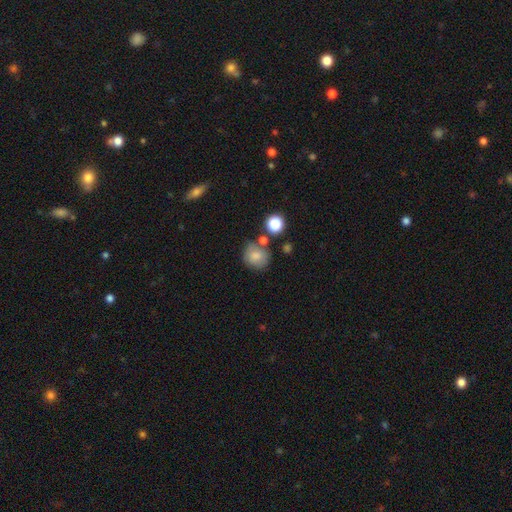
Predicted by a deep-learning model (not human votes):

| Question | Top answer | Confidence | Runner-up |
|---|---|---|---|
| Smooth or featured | smooth | 78% | featured or disk (12%) |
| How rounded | round | 84% | in between (15%) |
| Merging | none | 63% | minor disturbance (17%) |